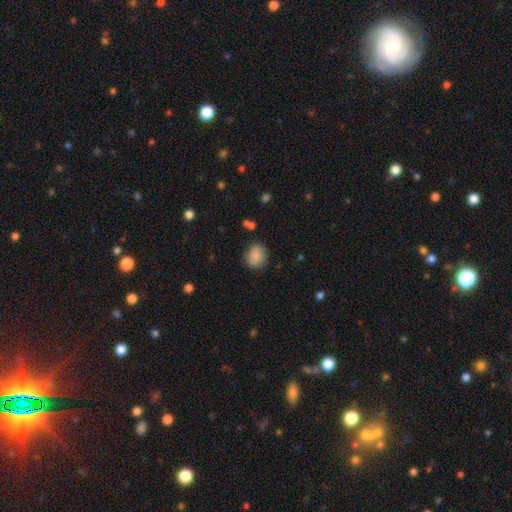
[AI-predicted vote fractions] Smooth or featured: smooth — 84% (star or artifact — 8%)
How rounded: round — 65% (in between — 34%)
Merging: none — 79% (minor disturbance — 15%)